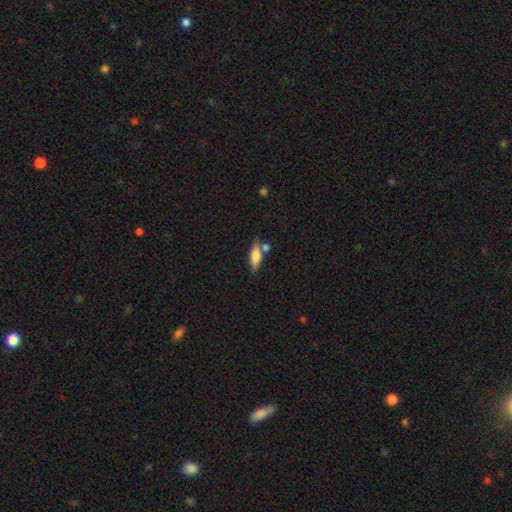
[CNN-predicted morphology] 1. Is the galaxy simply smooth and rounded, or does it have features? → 71% smooth, 22% featured or disk, 7% star or artifact.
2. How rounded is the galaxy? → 57% in between, 40% cigar-shaped, 3% round.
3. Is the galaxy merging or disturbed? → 62% none, 19% merger, 15% minor disturbance, 4% major disturbance.